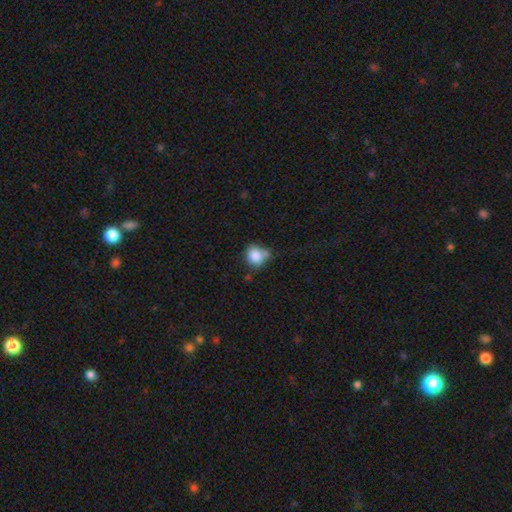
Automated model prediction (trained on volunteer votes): The model was most divided on "merging": none: 51%, minor disturbance: 23%, merger: 19%, major disturbance: 6%. More confident: smooth or featured — smooth (83%); how rounded — round (76%).